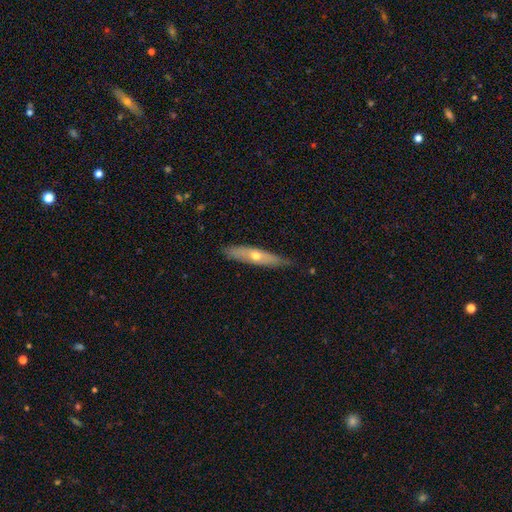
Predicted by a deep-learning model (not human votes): A featured or disk galaxy (52%) viewed edge-on (76%).

Vote fractions:
- Smooth or featured? featured or disk: 52% / smooth: 42% / star or artifact: 6%
- Edge-on disk? yes: 76% / no: 24%
- Merging? none: 81% / minor disturbance: 15% / major disturbance: 2% / merger: 1%